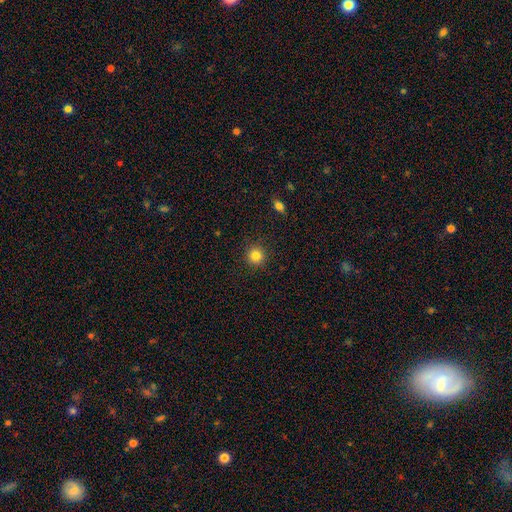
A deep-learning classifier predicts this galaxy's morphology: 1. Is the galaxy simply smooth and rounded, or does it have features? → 83% smooth, 12% star or artifact, 5% featured or disk.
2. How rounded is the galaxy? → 94% round, 5% in between, 1% cigar-shaped.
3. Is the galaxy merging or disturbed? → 90% none, 7% minor disturbance, 2% major disturbance, 1% merger.